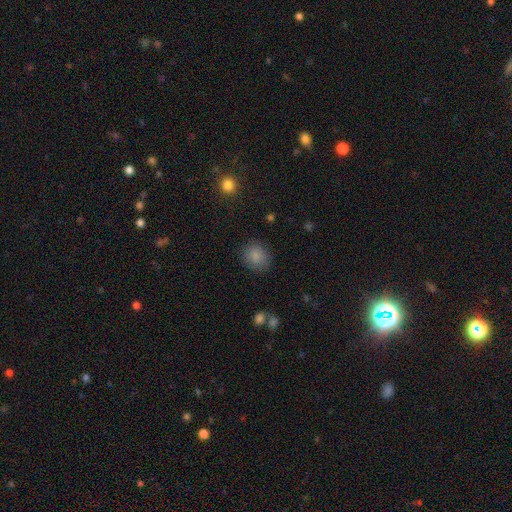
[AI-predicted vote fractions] Smooth or featured? Predicted: smooth (p=0.85). How rounded? Predicted: round (p=0.75). Merging? Predicted: none (p=0.85).